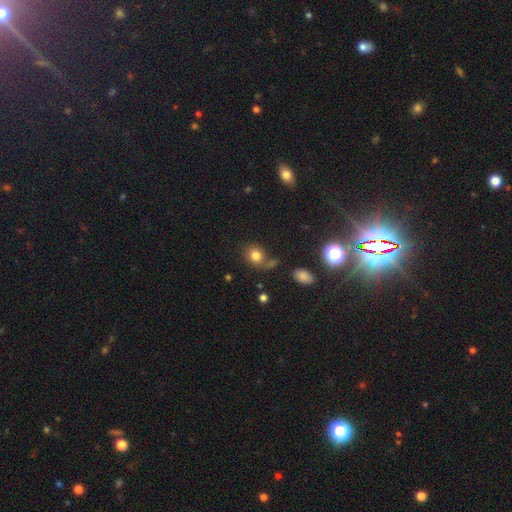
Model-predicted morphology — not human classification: This is likely a smooth galaxy (78%). How rounded: possibly round (59%). Merging: likely none (64%).